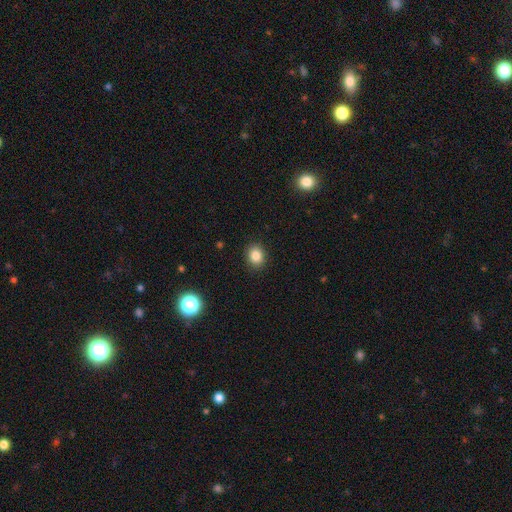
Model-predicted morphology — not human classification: A smooth galaxy with no disk features (85%) that is round (59%). Merging: none (90%).